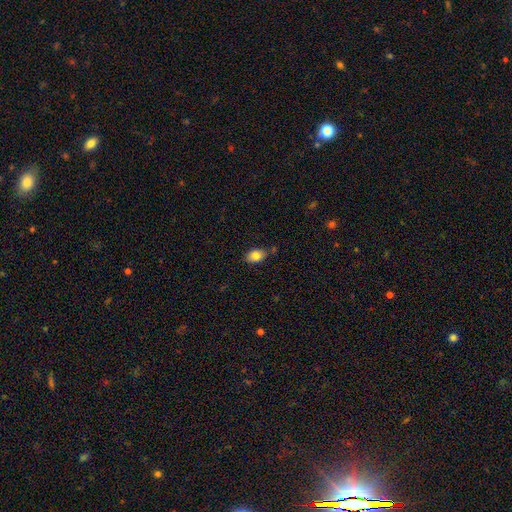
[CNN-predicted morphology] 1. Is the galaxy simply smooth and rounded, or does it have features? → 84% smooth, 8% star or artifact, 8% featured or disk.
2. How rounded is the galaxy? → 85% in between, 13% round, 2% cigar-shaped.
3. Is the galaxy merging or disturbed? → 74% none, 17% minor disturbance, 5% merger, 3% major disturbance.